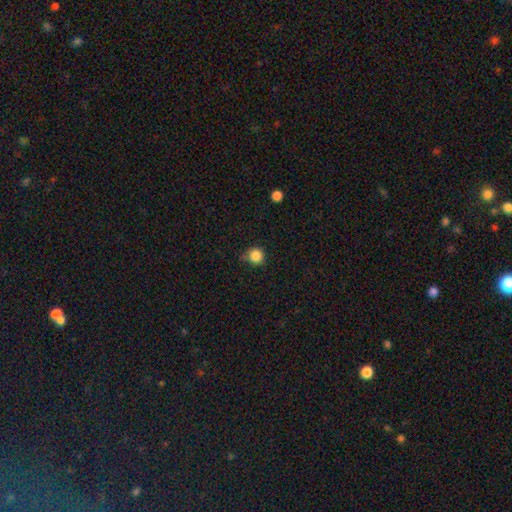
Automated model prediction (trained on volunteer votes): A smooth galaxy with no disk features (85%) that is round (92%). Merging: none (72%).